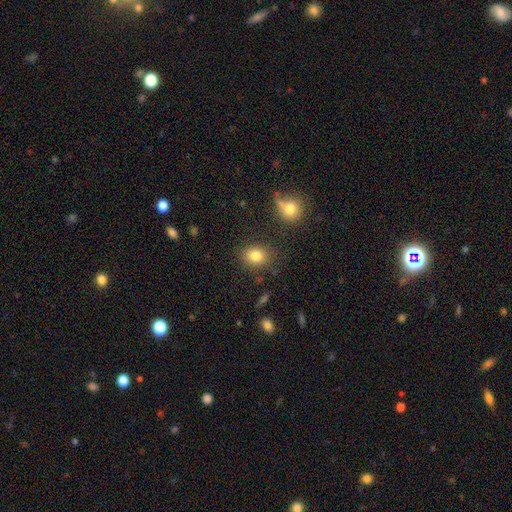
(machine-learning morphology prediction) Smooth or featured: smooth — 82% (star or artifact — 10%)
How rounded: in between — 53% (round — 46%)
Merging: none — 82% (minor disturbance — 11%)